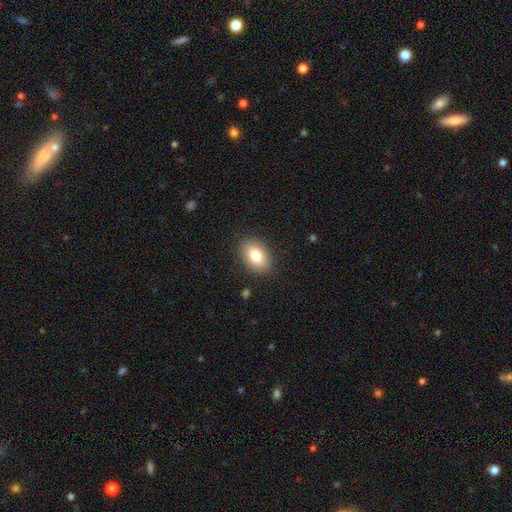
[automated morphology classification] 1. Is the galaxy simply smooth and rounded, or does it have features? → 81% smooth, 11% featured or disk, 8% star or artifact.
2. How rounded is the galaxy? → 85% in between, 14% round, 1% cigar-shaped.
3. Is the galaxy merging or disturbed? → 87% none, 9% minor disturbance, 3% major disturbance, 1% merger.